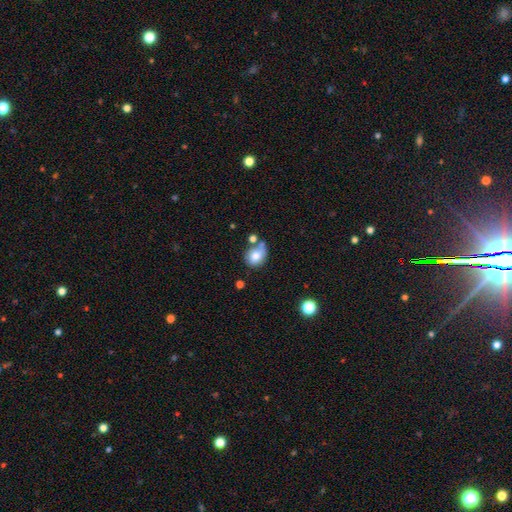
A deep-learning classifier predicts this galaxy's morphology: type=smooth (74%); roundness=round (51%); merging=none (43%).